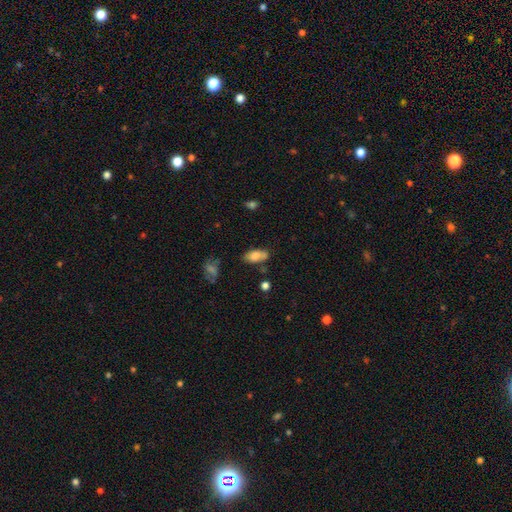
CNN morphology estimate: Smooth or featured? Predicted: smooth (p=0.79). How rounded? Predicted: in between (p=0.88). Merging? Predicted: none (p=0.61).